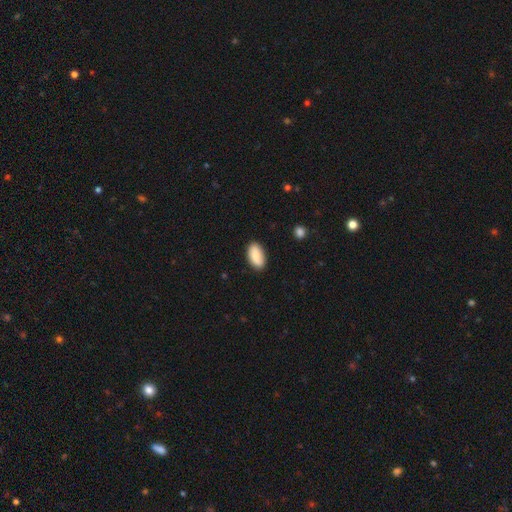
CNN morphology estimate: smooth-or-featured: smooth: 85% | featured or disk: 9% | star or artifact: 6%
  how-rounded: in between: 94% | round: 3% | cigar-shaped: 3%
  merging: none: 86% | minor disturbance: 10% | major disturbance: 2% | merger: 1%